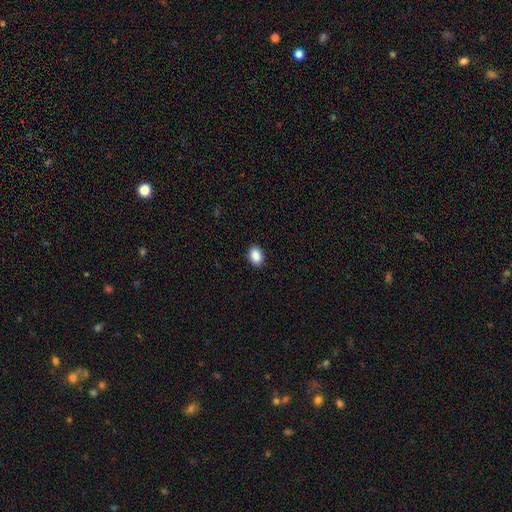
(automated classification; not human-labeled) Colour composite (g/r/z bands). It shows a smooth galaxy with no disk features (90%) that is in between round and cigar-shaped (80%). Merging: none (90%).